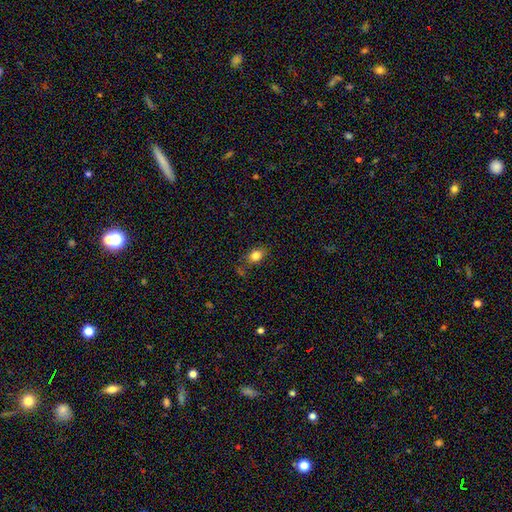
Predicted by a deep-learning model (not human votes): The model was most divided on "how rounded": in between: 67%, round: 31%, cigar-shaped: 2%. More confident: smooth or featured — smooth (82%); merging — none (76%).